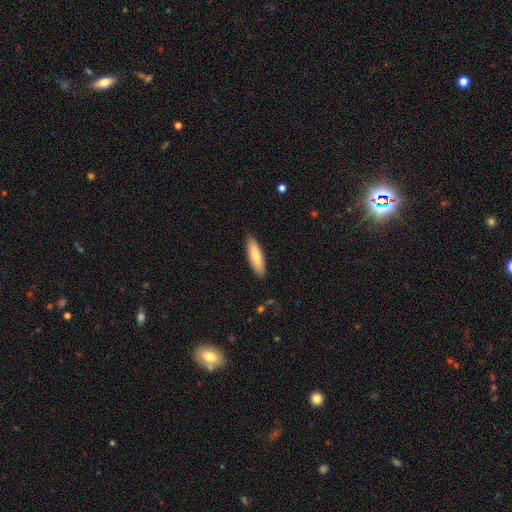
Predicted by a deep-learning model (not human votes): Smooth or featured? smooth (78%)
How rounded? cigar-shaped (61%)
Merging? none (87%)